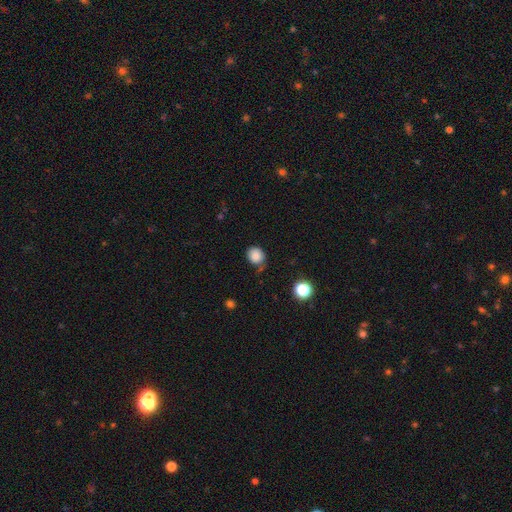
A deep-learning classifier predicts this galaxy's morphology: type=smooth (85%); roundness=round (75%); merging=none (67%).